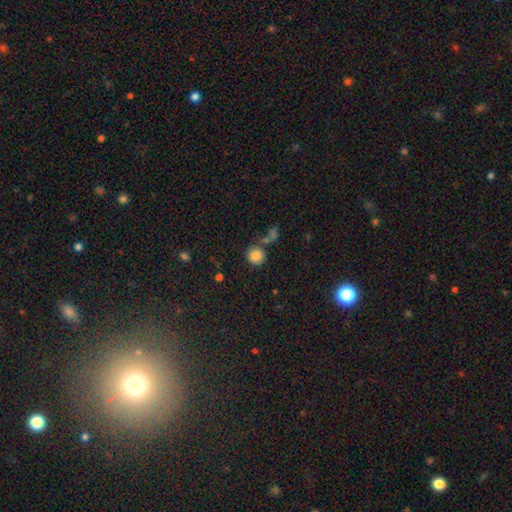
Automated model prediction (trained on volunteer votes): Smooth or featured?
  - smooth: 83% *
  - star or artifact: 11%
  - featured or disk: 6%
How rounded?
  - round: 93% *
  - in between: 6%
  - cigar-shaped: 1%
Merging?
  - none: 73% *
  - merger: 13%
  - minor disturbance: 10%
  - major disturbance: 4%